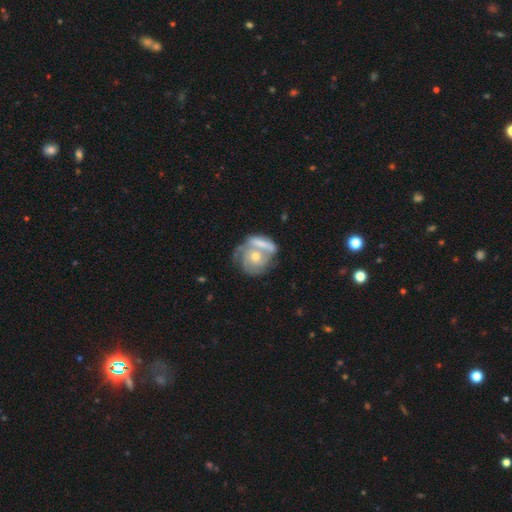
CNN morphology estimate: This appears to be a featured or disk galaxy (70%) with no bar (70%), spiral arms (75%) and a moderate central bulge (57%). Merging: merger (43%).